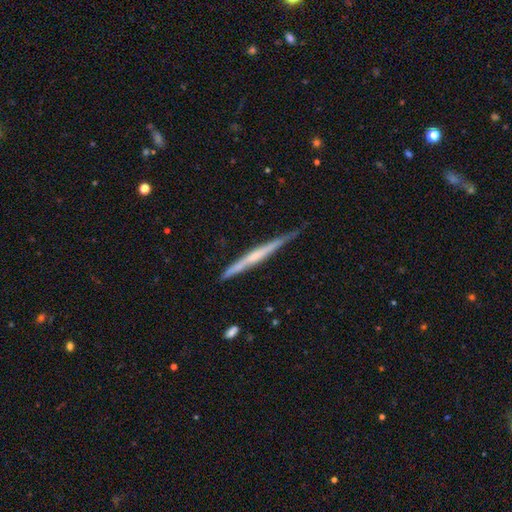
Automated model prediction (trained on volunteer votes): smooth-or-featured: featured or disk: 64% | smooth: 30% | star or artifact: 5%
  disk-edge-on: yes: 97% | no: 3%
    edge-on-bulge: none: 57% | rounded: 31% | boxy: 12%
  merging: none: 75% | minor disturbance: 20% | major disturbance: 3% | merger: 2%